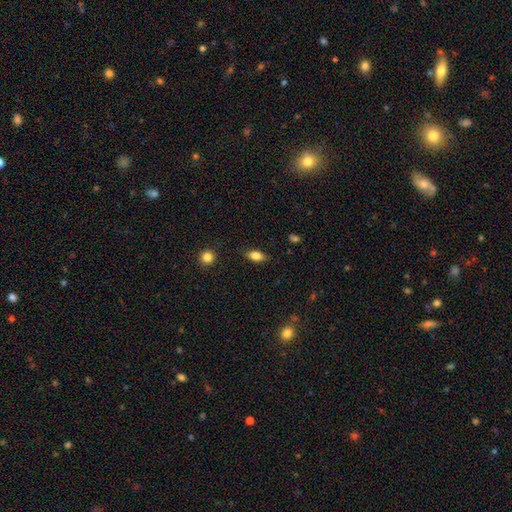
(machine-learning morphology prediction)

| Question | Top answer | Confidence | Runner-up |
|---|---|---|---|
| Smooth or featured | smooth | 78% | featured or disk (14%) |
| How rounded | in between | 84% | cigar-shaped (11%) |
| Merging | none | 84% | minor disturbance (12%) |